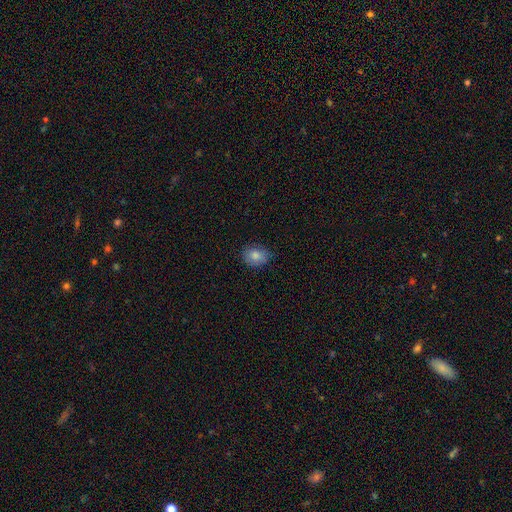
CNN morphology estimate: smooth_or_featured: smooth (p=0.83) [alt: star or artifact p=0.09]
how_rounded: in between (p=0.52) [alt: round p=0.47]
merging: none (p=0.78) [alt: minor disturbance p=0.18]